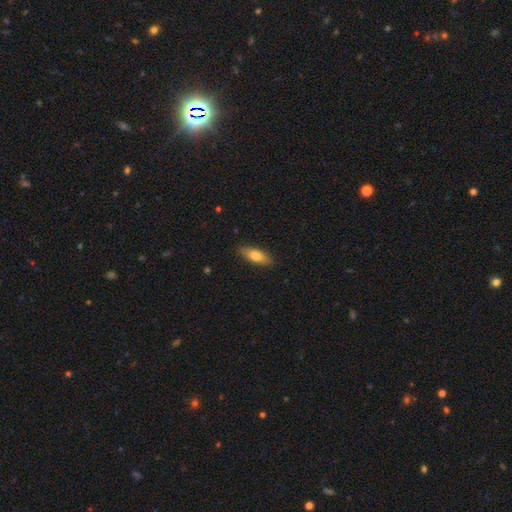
smooth-or-featured: smooth: 77% | featured or disk: 18% | star or artifact: 5%
  how-rounded: in between: 77% | cigar-shaped: 23% | round: 0%
  merging: none: 89% | minor disturbance: 5% | major disturbance: 5% | merger: 0%